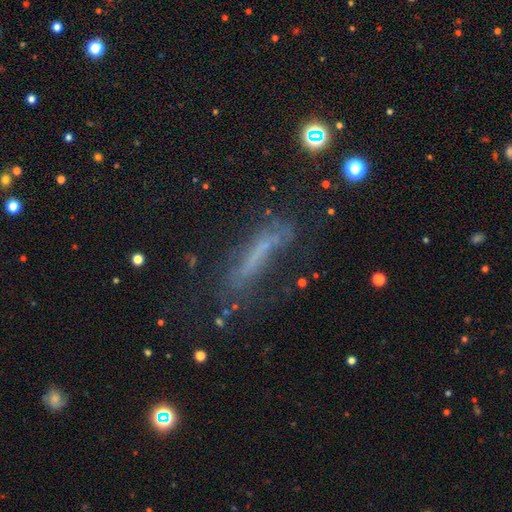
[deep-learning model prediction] smooth_or_featured: featured or disk (p=0.43) [alt: smooth p=0.40]
merging: none (p=0.49) [alt: minor disturbance p=0.24]